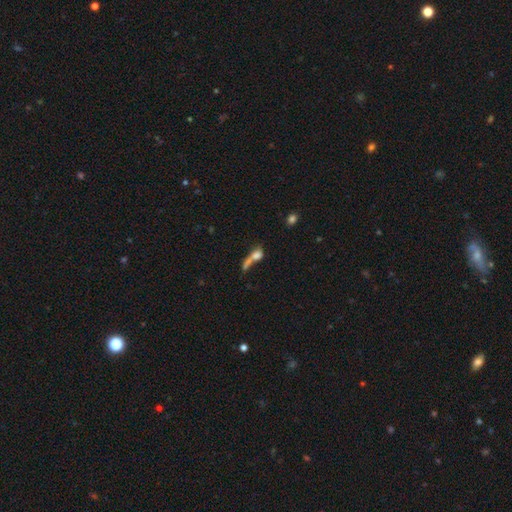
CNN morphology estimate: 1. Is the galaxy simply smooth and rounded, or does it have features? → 61% smooth, 25% featured or disk, 14% star or artifact.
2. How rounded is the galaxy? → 49% in between, 30% round, 21% cigar-shaped.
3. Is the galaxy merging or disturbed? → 54% merger, 20% none, 17% major disturbance, 9% minor disturbance.